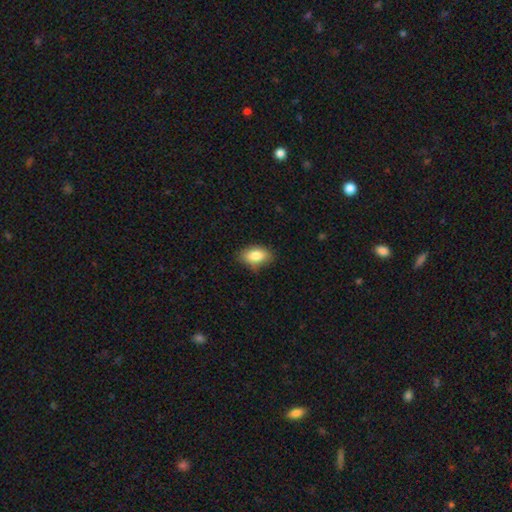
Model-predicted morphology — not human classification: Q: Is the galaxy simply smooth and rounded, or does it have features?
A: smooth — 82%.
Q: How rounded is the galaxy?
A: in between — 89%.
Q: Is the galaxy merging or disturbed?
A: none — 78%.